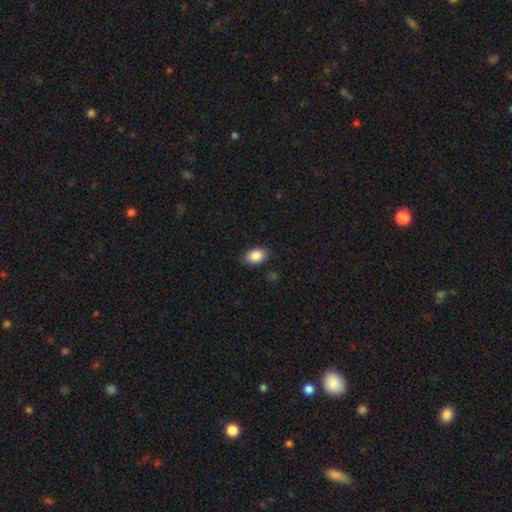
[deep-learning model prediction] Morphology: type=smooth (88%); roundness=in between (82%); merging=none (86%).